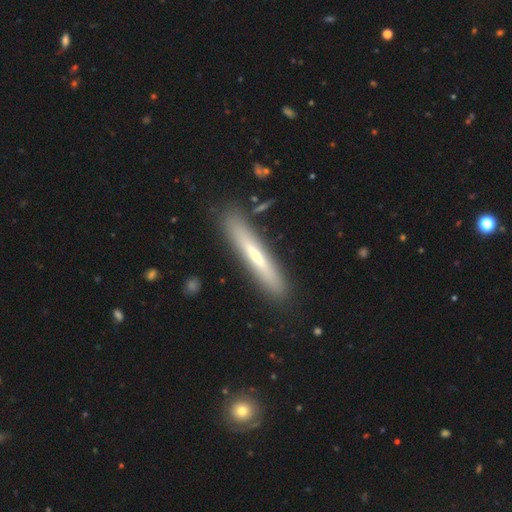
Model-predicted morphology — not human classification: Overall: smooth (52%; featured or disk 41%). How rounded: cigar-shaped (92%). Merging: none (87%).